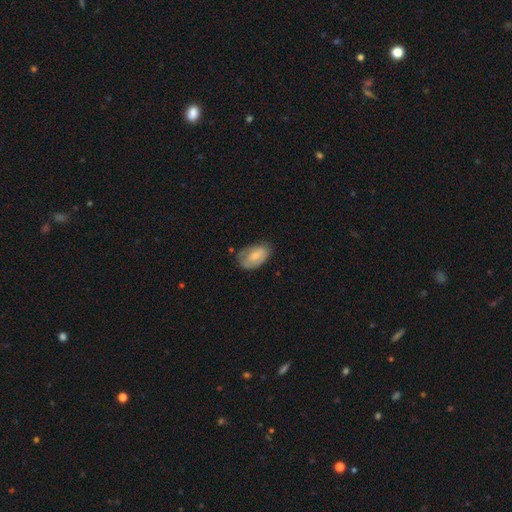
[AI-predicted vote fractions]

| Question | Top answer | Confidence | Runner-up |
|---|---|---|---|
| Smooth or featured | smooth | 68% | featured or disk (25%) |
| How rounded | in between | 91% | round (7%) |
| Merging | none | 57% | minor disturbance (30%) |